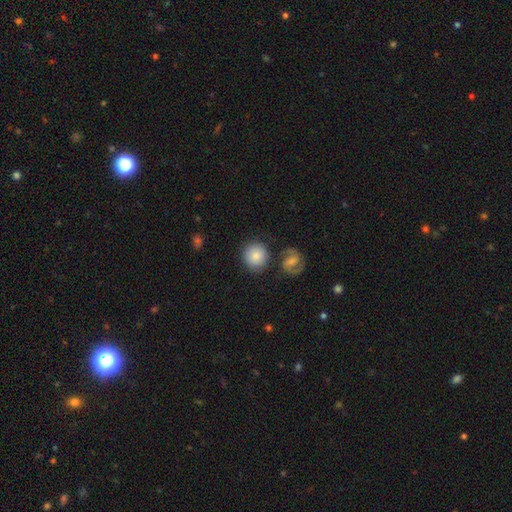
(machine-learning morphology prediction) This appears to be a smooth galaxy with no disk features (78%) that is round (91%). Merging: none (76%).